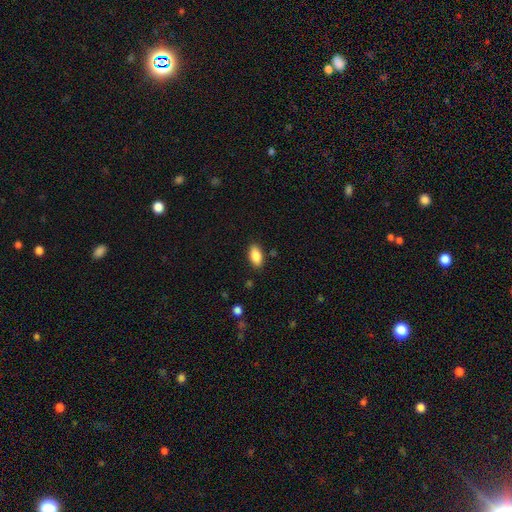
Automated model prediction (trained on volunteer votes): The model was most divided on "merging": none: 87%, minor disturbance: 10%, major disturbance: 2%, merger: 1%. More confident: how rounded — in between (91%); smooth or featured — smooth (87%).